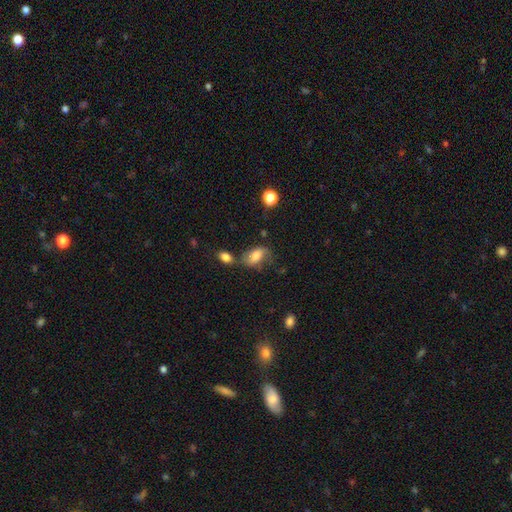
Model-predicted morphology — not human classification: Smooth or featured?
  - smooth: 66% *
  - featured or disk: 25%
  - star or artifact: 9%
How rounded?
  - in between: 88% *
  - round: 9%
  - cigar-shaped: 3%
Merging?
  - none: 51% *
  - minor disturbance: 25%
  - merger: 13%
  - major disturbance: 11%